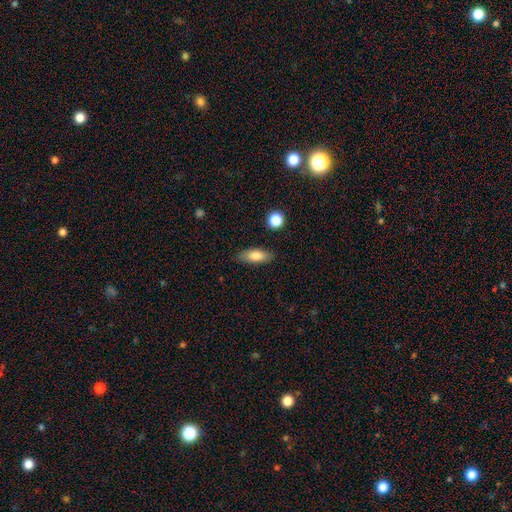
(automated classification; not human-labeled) smooth_or_featured: smooth (p=0.81) [alt: featured or disk p=0.12]
how_rounded: in between (p=0.73) [alt: cigar-shaped p=0.25]
merging: none (p=0.84) [alt: minor disturbance p=0.12]